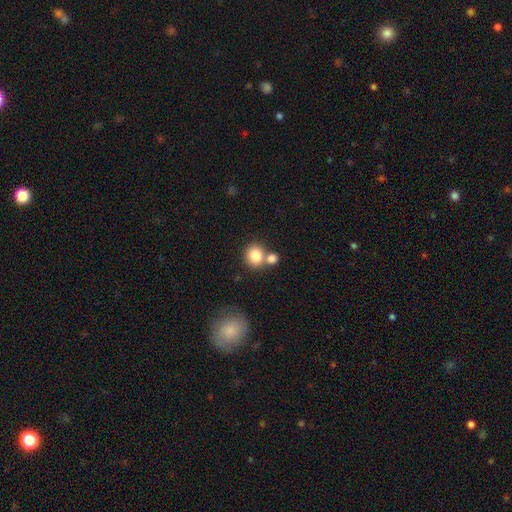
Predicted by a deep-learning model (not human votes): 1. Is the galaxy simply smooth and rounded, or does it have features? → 83% smooth, 9% star or artifact, 8% featured or disk.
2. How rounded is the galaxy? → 81% round, 18% in between, 1% cigar-shaped.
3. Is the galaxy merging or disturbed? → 53% none, 36% merger, 8% minor disturbance, 3% major disturbance.